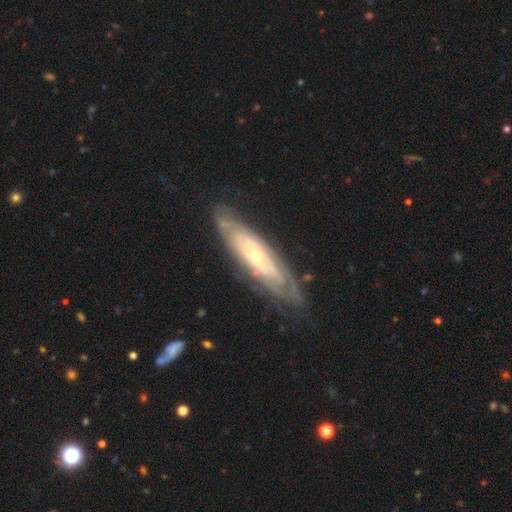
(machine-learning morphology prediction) featured or disk 77%, smooth 17%, star or artifact 6%. Down the decision tree: edge-on disk — no (73%); bar — no (79%); spiral arms — yes (77%); bulge size — small (75%); merging — none (74%).